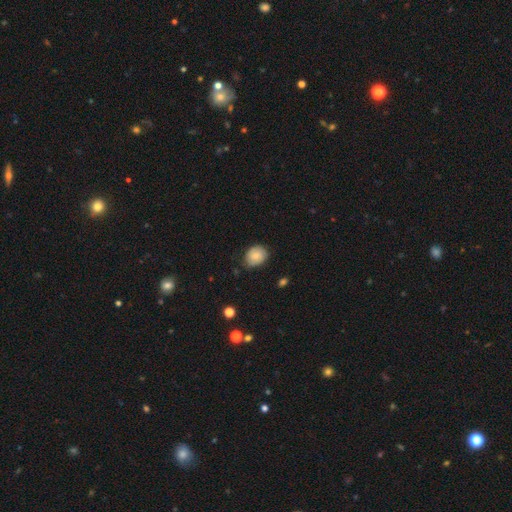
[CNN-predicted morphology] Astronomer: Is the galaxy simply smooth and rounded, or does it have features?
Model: smooth — 78%.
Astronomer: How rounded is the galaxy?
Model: round — 54% (runner-up: in between, 45%).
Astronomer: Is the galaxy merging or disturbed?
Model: none — 71%.